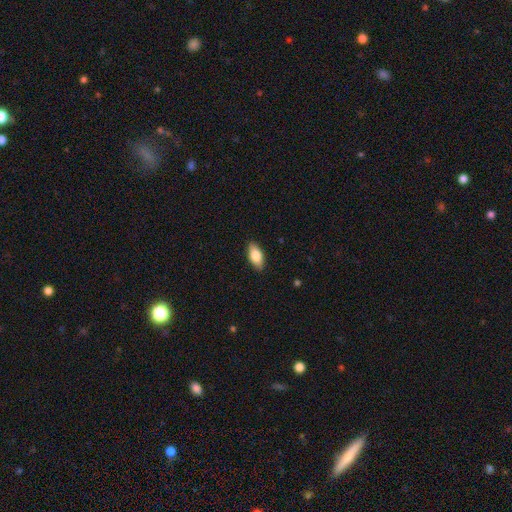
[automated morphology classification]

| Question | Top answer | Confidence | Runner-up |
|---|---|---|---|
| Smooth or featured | smooth | 81% | featured or disk (13%) |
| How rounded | in between | 88% | cigar-shaped (9%) |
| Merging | none | 89% | minor disturbance (9%) |